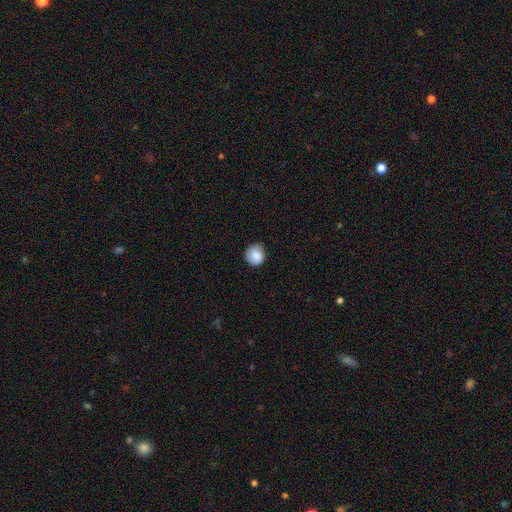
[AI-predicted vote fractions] Smooth or featured: smooth — 86% (star or artifact — 8%)
How rounded: round — 87% (in between — 12%)
Merging: none — 71% (minor disturbance — 23%)